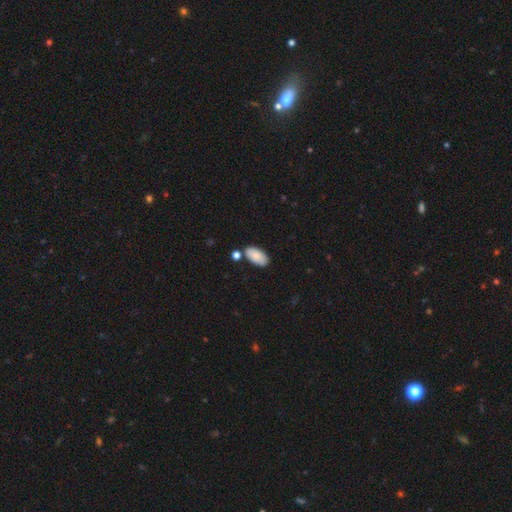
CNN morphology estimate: The model was most divided on "merging": none: 71%, minor disturbance: 14%, merger: 11%, major disturbance: 3%. More confident: how rounded — in between (95%); smooth or featured — smooth (87%).